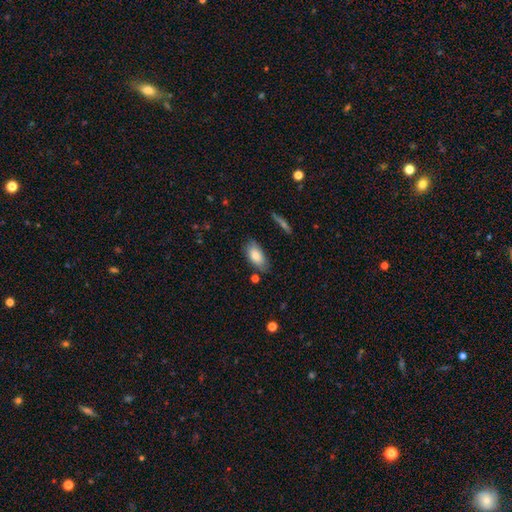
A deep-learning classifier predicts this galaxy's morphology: Smooth or featured? smooth (83%)
How rounded? in between (91%)
Merging? none (76%)